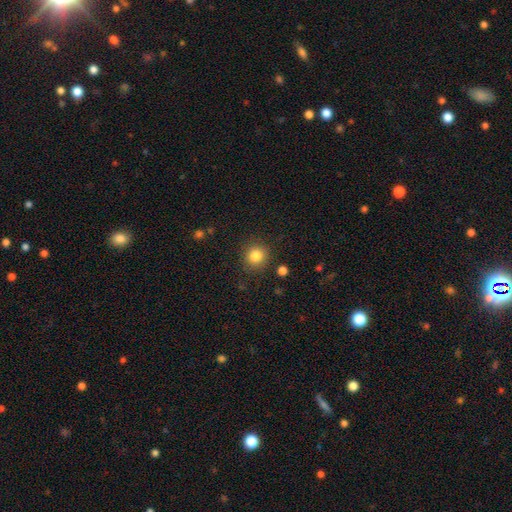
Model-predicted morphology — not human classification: smooth_or_featured: smooth (p=0.83) [alt: star or artifact p=0.11]
how_rounded: round (p=0.89) [alt: in between p=0.10]
merging: none (p=0.88) [alt: minor disturbance p=0.08]